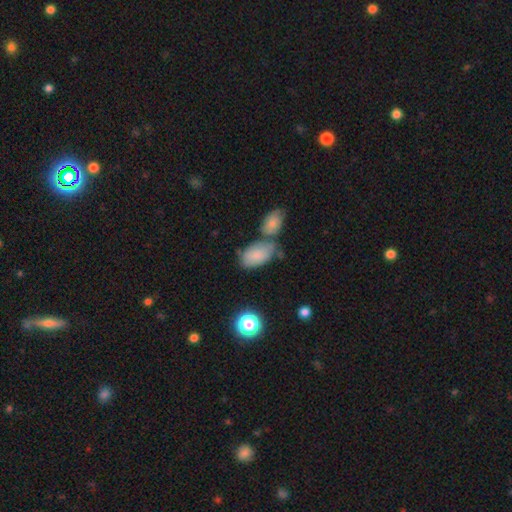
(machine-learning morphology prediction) smooth-or-featured: smooth: 79% | featured or disk: 13% | star or artifact: 8%
  how-rounded: in between: 94% | round: 5% | cigar-shaped: 2%
  merging: none: 44% | merger: 31% | minor disturbance: 18% | major disturbance: 7%